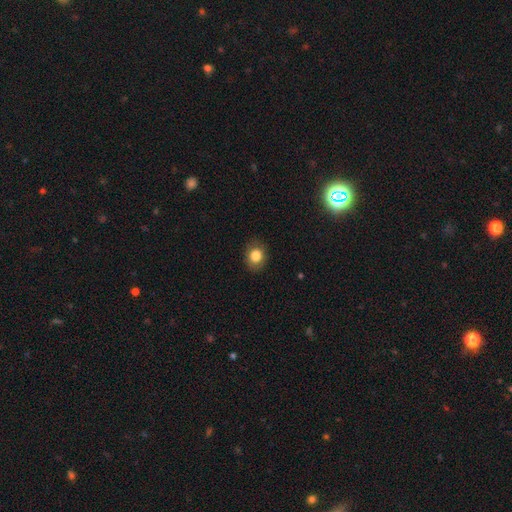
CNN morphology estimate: smooth 83%, star or artifact 10%, featured or disk 8%. Down the decision tree: how rounded — round (60%); merging — none (87%).